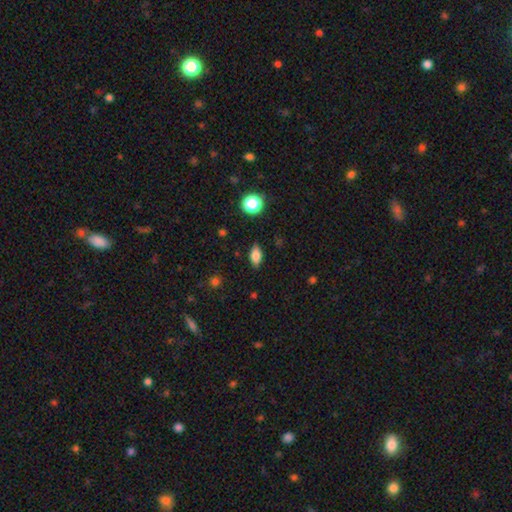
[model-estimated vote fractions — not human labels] smooth_or_featured: smooth (p=0.78) [alt: featured or disk p=0.13]
how_rounded: in between (p=0.85) [alt: cigar-shaped p=0.08]
merging: none (p=0.85) [alt: minor disturbance p=0.11]